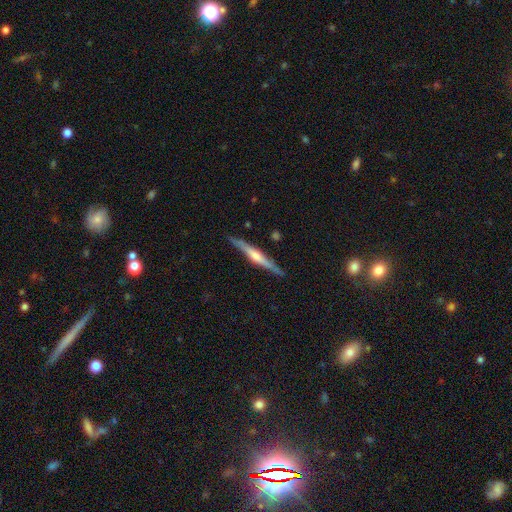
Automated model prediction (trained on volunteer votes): Smooth or featured: featured or disk — 74% (smooth — 21%)
Edge-on disk: yes — 97% (no — 3%)
Edge-on bulge: rounded — 74% (boxy — 14%)
Merging: none — 87% (minor disturbance — 10%)